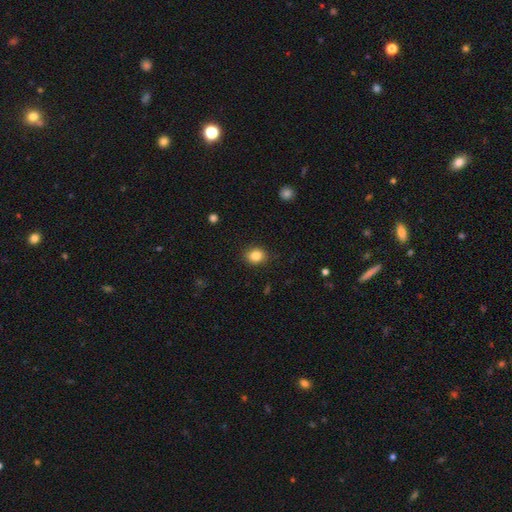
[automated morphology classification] smooth 85%, star or artifact 10%, featured or disk 5%. Down the decision tree: how rounded — round (59%); merging — none (88%).